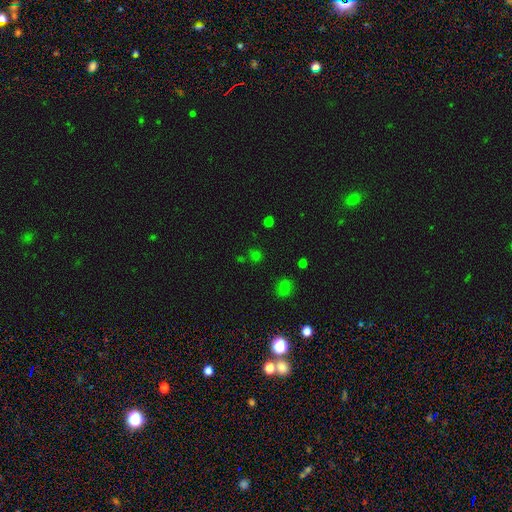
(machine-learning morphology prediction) This appears to be a smooth galaxy with no disk features (61%) that is round (88%). Merging: none (79%).